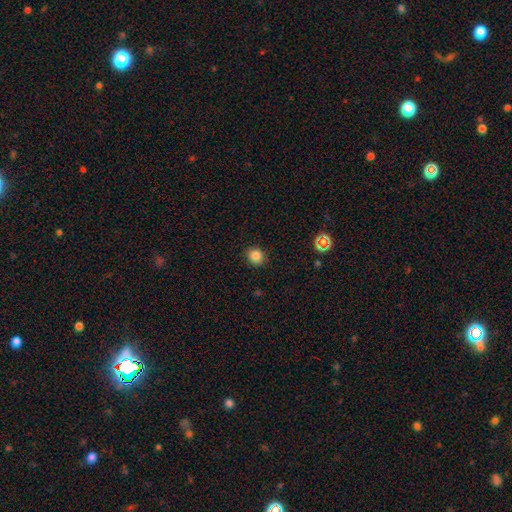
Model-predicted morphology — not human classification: Q: Smooth or featured?
A: smooth (84%); runner-up: star or artifact (12%)
Q: How rounded?
A: round (88%); runner-up: in between (11%)
Q: Merging?
A: none (91%); runner-up: minor disturbance (6%)